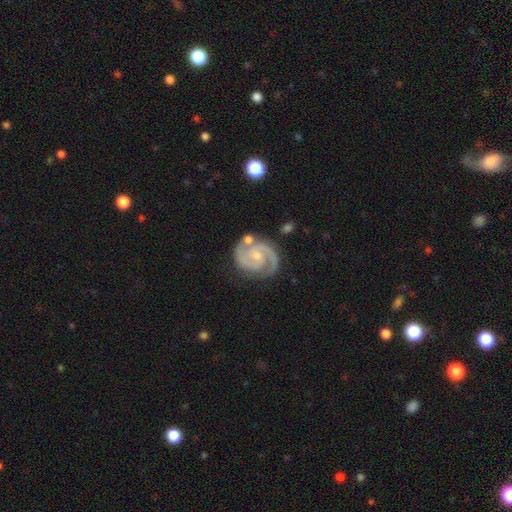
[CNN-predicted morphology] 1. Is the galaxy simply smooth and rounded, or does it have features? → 92% featured or disk, 4% star or artifact, 4% smooth.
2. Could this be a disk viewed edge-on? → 98% no, 2% yes.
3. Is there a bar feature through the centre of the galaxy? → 55% no, 35% weak, 10% strong.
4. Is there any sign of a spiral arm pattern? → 98% yes, 2% no.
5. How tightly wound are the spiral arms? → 47% medium (tied), 47% tight (tied), 6% loose.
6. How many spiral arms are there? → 91% 2, 4% 3, 2% can't tell, 1% 1, 1% 4, 1% more than 4.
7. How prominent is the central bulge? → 65% small, 27% moderate, 6% none, 1% large, 1% dominant.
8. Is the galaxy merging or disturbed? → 76% none, 15% minor disturbance, 5% merger, 4% major disturbance.